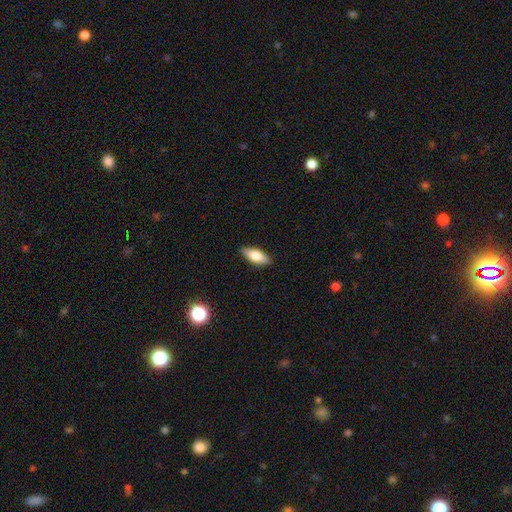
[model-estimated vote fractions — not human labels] This is likely a smooth galaxy (73%). How rounded: likely in between (79%). Merging: clearly none (88%).